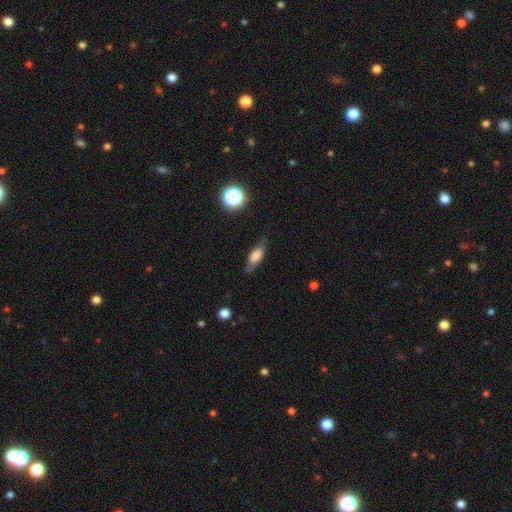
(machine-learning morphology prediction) Q: Smooth or featured?
A: smooth (62%); runner-up: featured or disk (29%)
Q: How rounded?
A: in between (58%); runner-up: cigar-shaped (37%)
Q: Merging?
A: none (73%); runner-up: minor disturbance (19%)